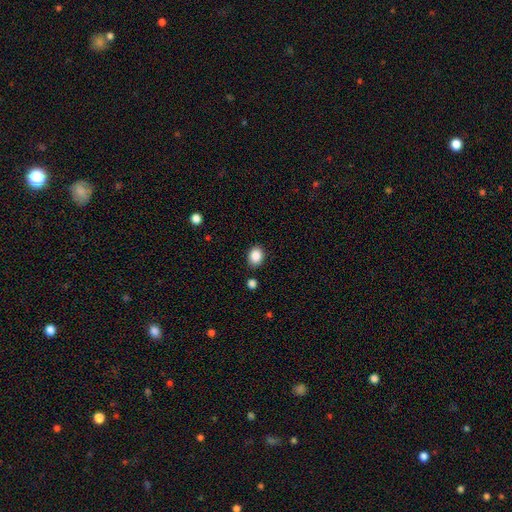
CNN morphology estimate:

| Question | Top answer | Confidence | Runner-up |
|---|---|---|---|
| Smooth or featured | smooth | 88% | star or artifact (9%) |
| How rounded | in between | 54% | round (45%) |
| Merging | none | 86% | minor disturbance (9%) |